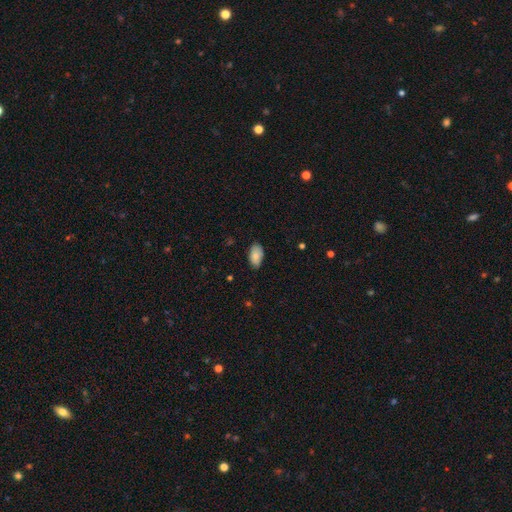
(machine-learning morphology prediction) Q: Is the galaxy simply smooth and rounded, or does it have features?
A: smooth — 84%.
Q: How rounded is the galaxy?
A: in between — 95%.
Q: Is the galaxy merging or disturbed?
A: none — 80%.